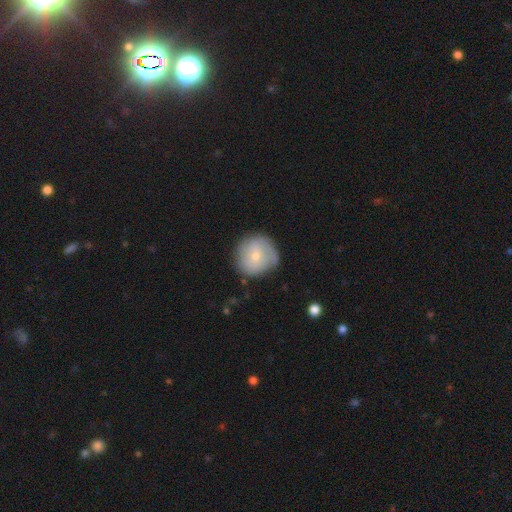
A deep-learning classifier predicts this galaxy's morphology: Smooth or featured? smooth (60%)
How rounded? round (92%)
Merging? none (70%)